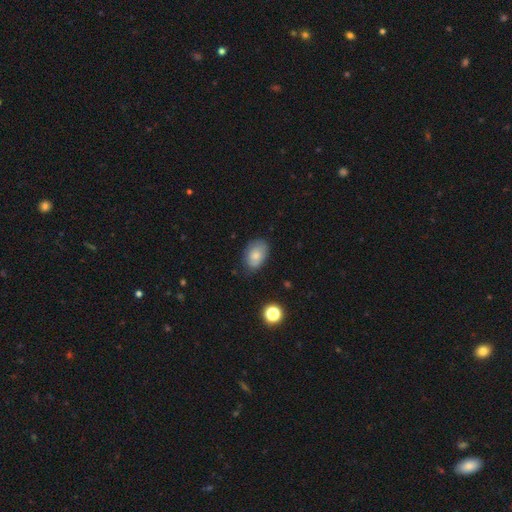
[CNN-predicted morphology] smooth-or-featured: smooth: 78% | featured or disk: 14% | star or artifact: 8%
  how-rounded: in between: 86% | round: 13% | cigar-shaped: 1%
  merging: none: 73% | minor disturbance: 21% | major disturbance: 4% | merger: 2%